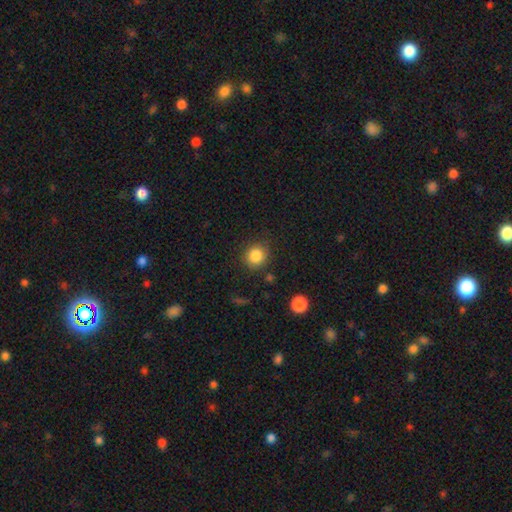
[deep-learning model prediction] This appears to be a smooth galaxy with no disk features (85%) that is round (87%). Merging: none (85%).